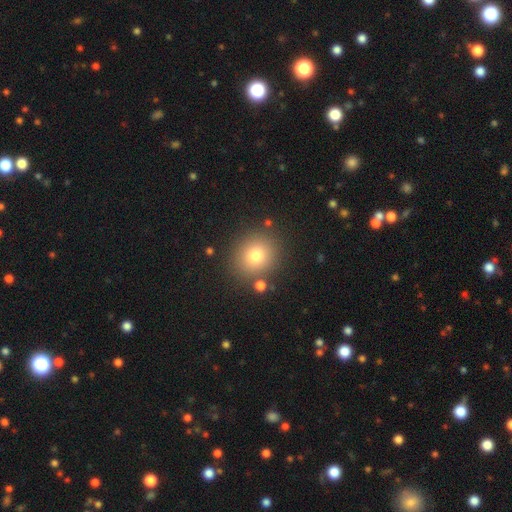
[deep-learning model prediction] Q: Smooth or featured?
A: smooth (77%); runner-up: star or artifact (13%)
Q: How rounded?
A: round (80%); runner-up: in between (19%)
Q: Merging?
A: none (85%); runner-up: minor disturbance (8%)